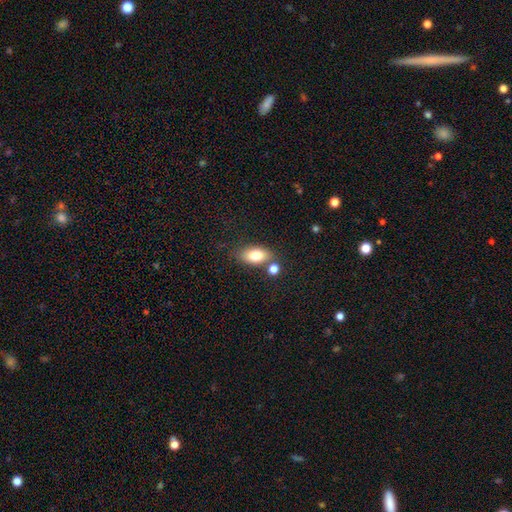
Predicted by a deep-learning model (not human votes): smooth 78%, featured or disk 14%, star or artifact 8%. Down the decision tree: how rounded — in between (87%); merging — none (68%).